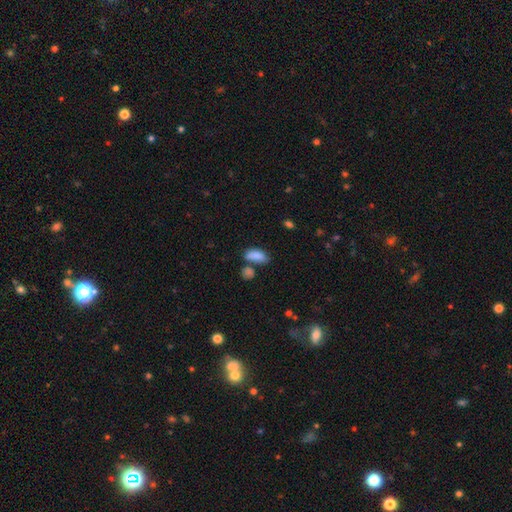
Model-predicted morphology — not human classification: smooth_or_featured: smooth (p=0.85) [alt: star or artifact p=0.08]
how_rounded: in between (p=0.87) [alt: cigar-shaped p=0.09]
merging: none (p=0.47) [alt: merger p=0.27]